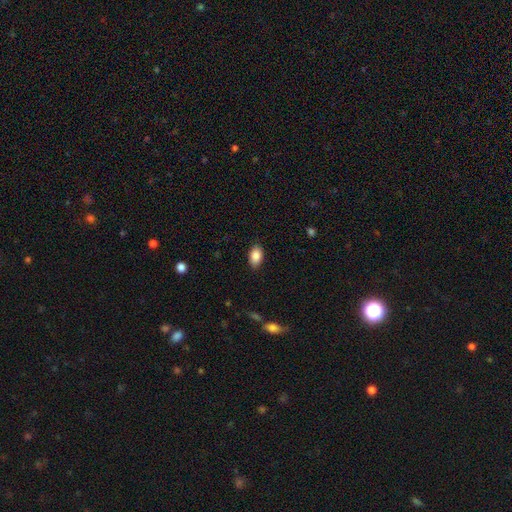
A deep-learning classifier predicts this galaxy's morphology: This appears to be a smooth galaxy with no disk features (87%) that is in between round and cigar-shaped (90%). Merging: none (85%).